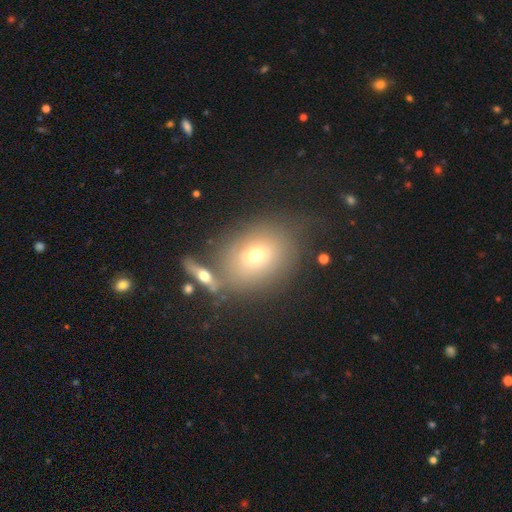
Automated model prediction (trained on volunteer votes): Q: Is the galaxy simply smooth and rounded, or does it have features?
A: smooth — 60%.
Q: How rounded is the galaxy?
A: in between — 55%.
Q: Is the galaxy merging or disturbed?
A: none — 68%.